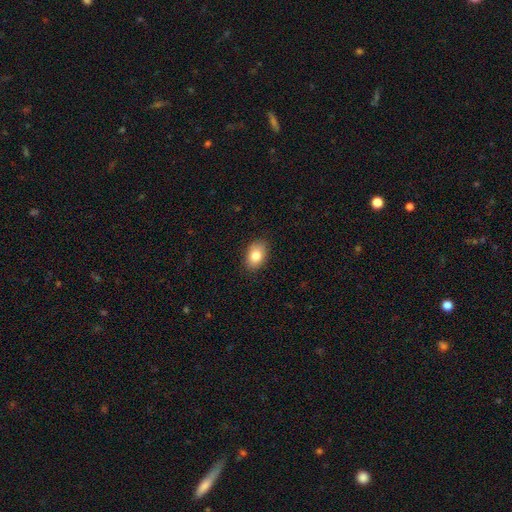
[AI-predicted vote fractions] Q: Smooth or featured?
A: smooth (83%); runner-up: featured or disk (9%)
Q: How rounded?
A: in between (87%); runner-up: round (12%)
Q: Merging?
A: none (87%); runner-up: minor disturbance (10%)